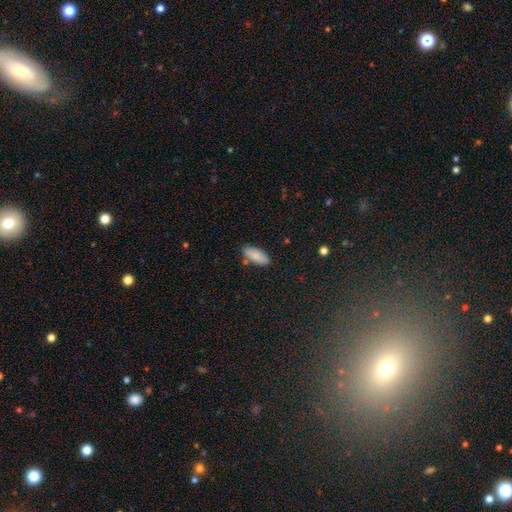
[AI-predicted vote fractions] A smooth galaxy with no disk features (87%) that is in between round and cigar-shaped (86%).

Vote fractions:
- Smooth or featured? smooth: 87% / featured or disk: 7% / star or artifact: 6%
- How rounded? in between: 86% / cigar-shaped: 12% / round: 2%
- Merging? none: 79% / minor disturbance: 14% / merger: 4% / major disturbance: 3%